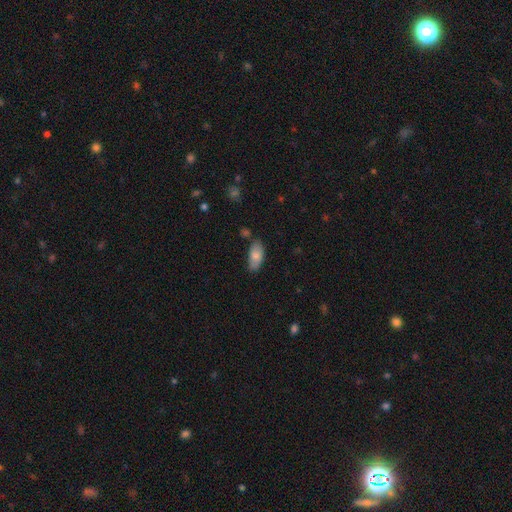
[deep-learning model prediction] smooth-or-featured: smooth: 80% | featured or disk: 13% | star or artifact: 7%
  how-rounded: in between: 91% | cigar-shaped: 7% | round: 2%
  merging: none: 73% | minor disturbance: 19% | merger: 5% | major disturbance: 3%